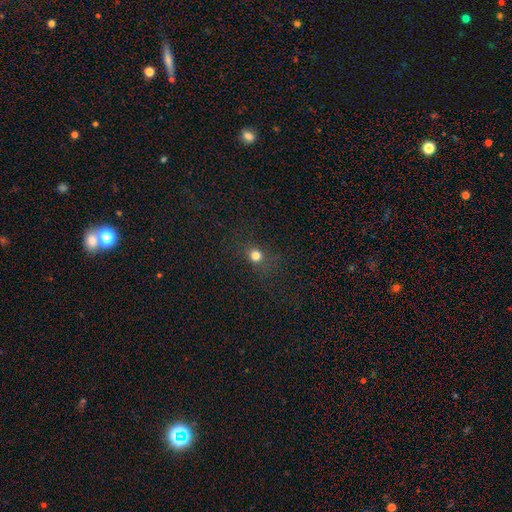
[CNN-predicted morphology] Smooth or featured: smooth — 71% (star or artifact — 22%)
How rounded: round — 86% (in between — 12%)
Merging: none — 84% (minor disturbance — 10%)